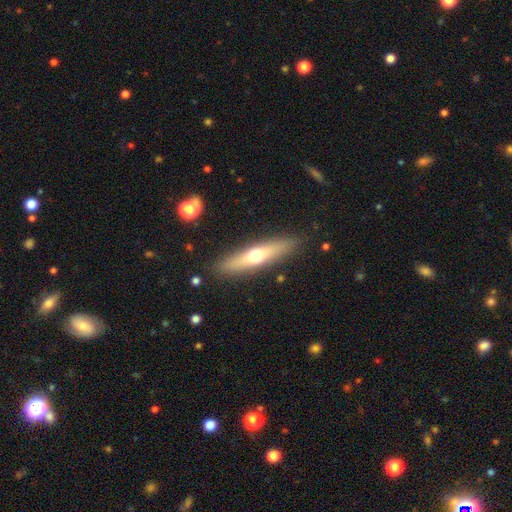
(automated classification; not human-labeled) A smooth galaxy with no disk features (49%).

Vote fractions:
- Smooth or featured? smooth: 49% / featured or disk: 45% / star or artifact: 6%
- Merging? none: 88% / minor disturbance: 8% / major disturbance: 2% / merger: 2%